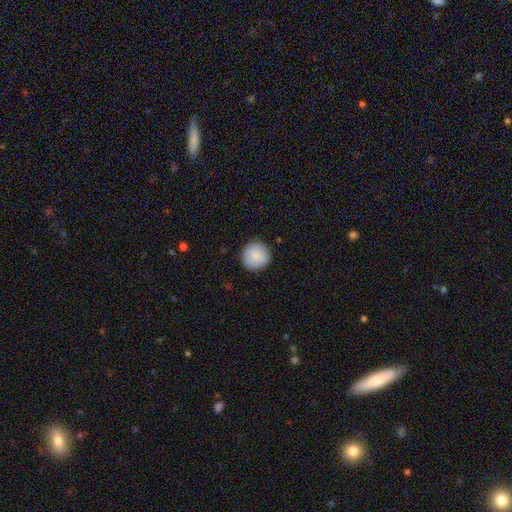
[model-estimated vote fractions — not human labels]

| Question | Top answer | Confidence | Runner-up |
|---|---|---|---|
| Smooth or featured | smooth | 85% | featured or disk (8%) |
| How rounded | round | 94% | in between (5%) |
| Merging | none | 89% | minor disturbance (8%) |